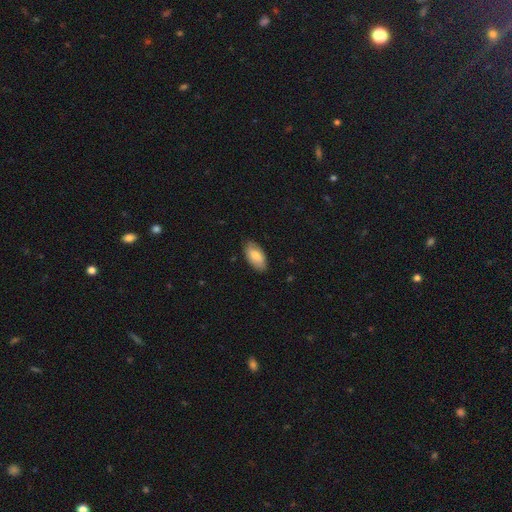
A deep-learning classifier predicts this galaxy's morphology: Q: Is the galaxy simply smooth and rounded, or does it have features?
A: smooth — 78%.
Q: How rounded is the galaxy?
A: in between — 94%.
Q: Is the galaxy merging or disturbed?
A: none — 84%.